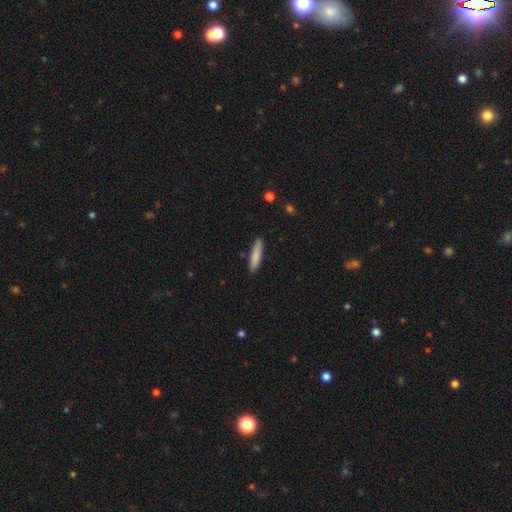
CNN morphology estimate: type=smooth (82%); roundness=cigar-shaped (86%); merging=none (86%).